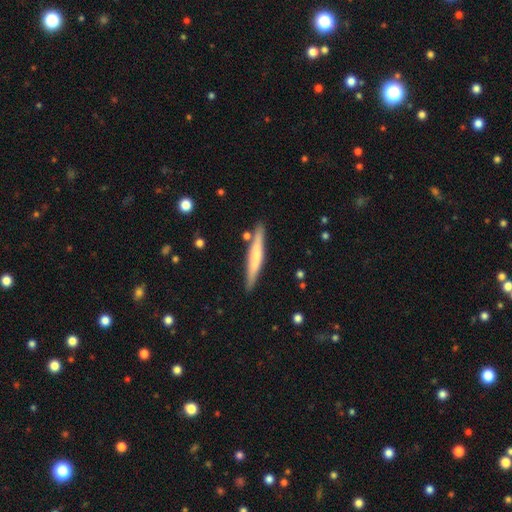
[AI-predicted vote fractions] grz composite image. It shows a smooth galaxy with no disk features (53%) that is cigar-shaped (94%). Merging: none (86%).